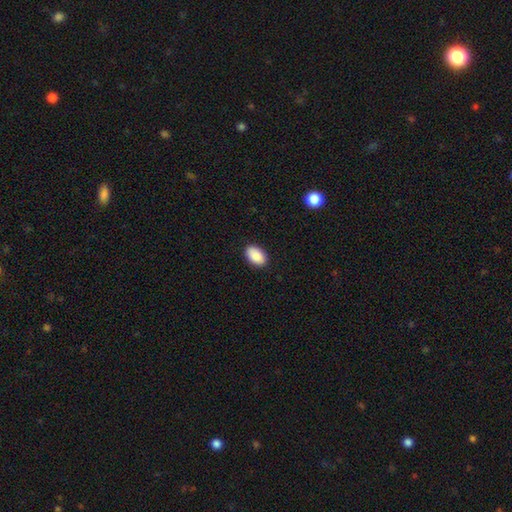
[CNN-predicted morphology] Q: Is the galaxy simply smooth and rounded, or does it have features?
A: smooth — 90%.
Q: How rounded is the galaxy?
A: in between — 92%.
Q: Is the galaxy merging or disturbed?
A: none — 89%.